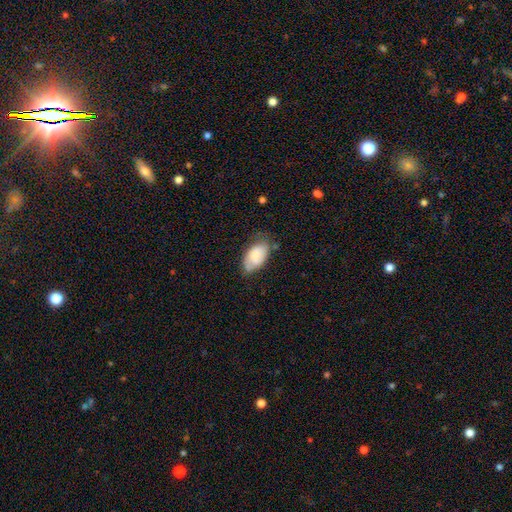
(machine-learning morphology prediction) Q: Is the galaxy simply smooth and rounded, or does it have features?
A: smooth — 69%.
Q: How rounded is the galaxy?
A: in between — 94%.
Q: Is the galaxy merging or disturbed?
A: none — 57%.